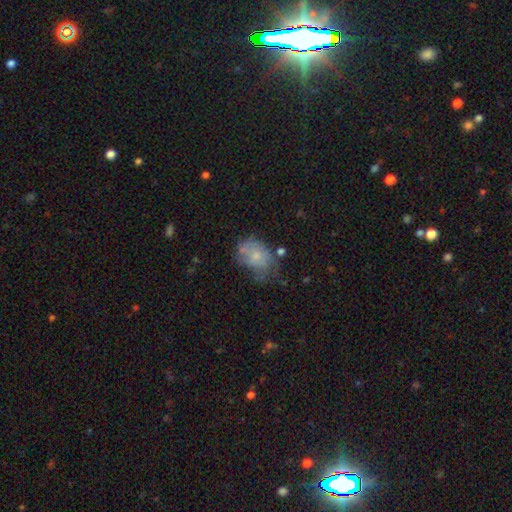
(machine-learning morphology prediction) Smooth or featured?
  - smooth: 60% *
  - featured or disk: 31%
  - star or artifact: 10%
How rounded?
  - in between: 64% *
  - round: 35%
  - cigar-shaped: 1%
Merging?
  - none: 35% *
  - minor disturbance: 32%
  - major disturbance: 23%
  - merger: 10%